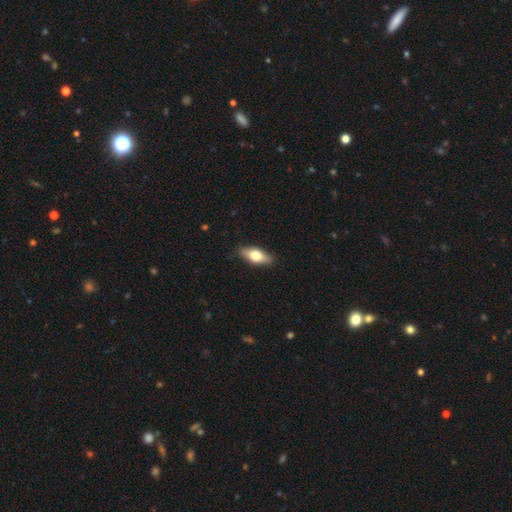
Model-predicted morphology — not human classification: Smooth or featured? Predicted: smooth (p=0.62). How rounded? Predicted: in between (p=0.75). Merging? Predicted: none (p=0.87).